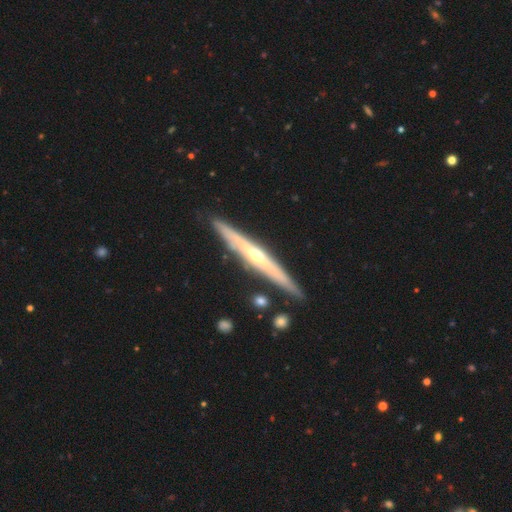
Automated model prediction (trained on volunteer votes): Overall: featured or disk (75%). Edge-on disk: yes (95%). Edge-on bulge: rounded (81%). Merging: none (88%).